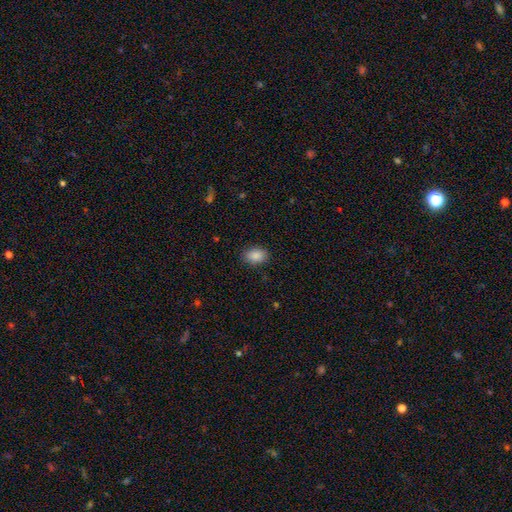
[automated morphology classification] Q: Smooth or featured?
A: smooth (88%); runner-up: star or artifact (8%)
Q: How rounded?
A: in between (82%); runner-up: round (16%)
Q: Merging?
A: none (88%); runner-up: minor disturbance (9%)